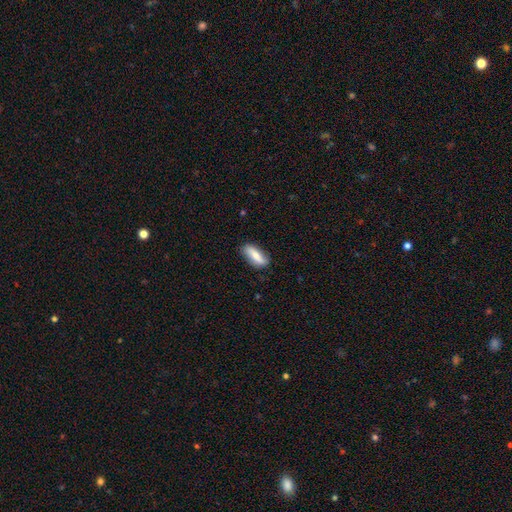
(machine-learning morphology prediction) smooth_or_featured: smooth (p=0.62) [alt: featured or disk p=0.31]
how_rounded: in between (p=0.68) [alt: cigar-shaped p=0.29]
merging: none (p=0.82) [alt: minor disturbance p=0.14]